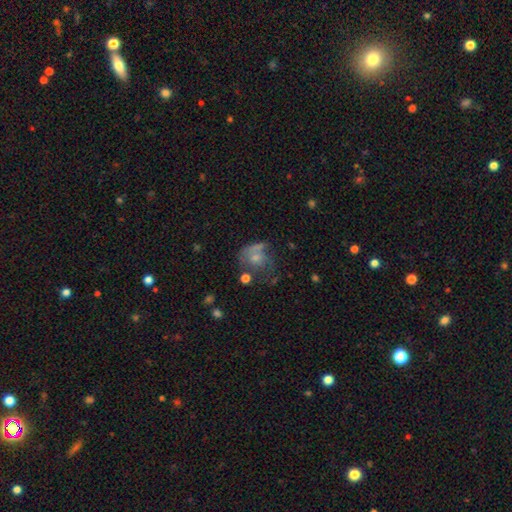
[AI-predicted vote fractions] smooth 53%, featured or disk 36%, star or artifact 12%. Down the decision tree: how rounded — round (62%); merging — major disturbance (32%).